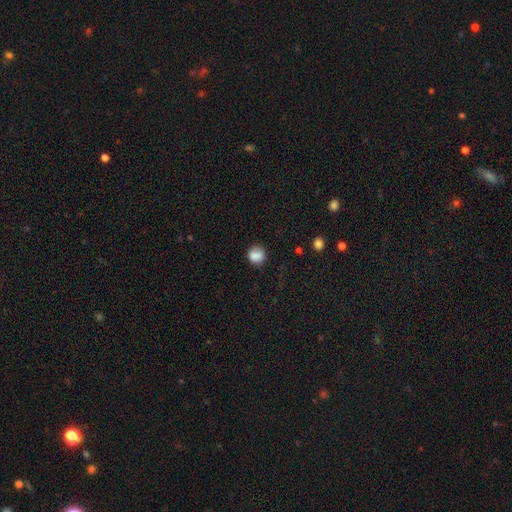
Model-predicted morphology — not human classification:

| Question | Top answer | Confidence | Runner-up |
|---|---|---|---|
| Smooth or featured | smooth | 83% | star or artifact (10%) |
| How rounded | round | 81% | in between (18%) |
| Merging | none | 72% | minor disturbance (18%) |